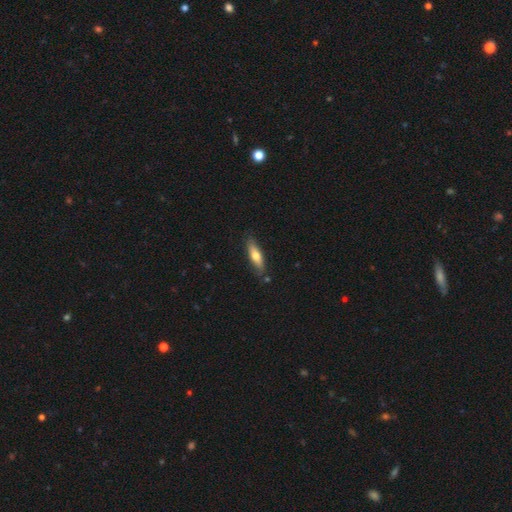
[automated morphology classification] smooth_or_featured: smooth (p=0.63) [alt: featured or disk p=0.31]
how_rounded: cigar-shaped (p=0.62) [alt: in between p=0.36]
merging: none (p=0.80) [alt: minor disturbance p=0.15]